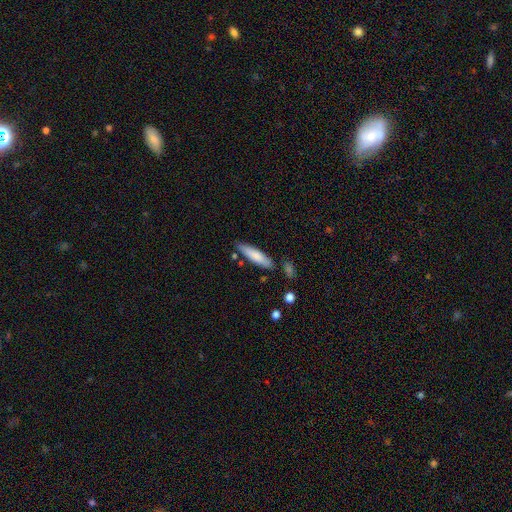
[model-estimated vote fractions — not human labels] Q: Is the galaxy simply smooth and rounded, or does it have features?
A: smooth — 78%.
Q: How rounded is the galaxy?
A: cigar-shaped — 71%.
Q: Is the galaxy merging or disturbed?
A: none — 76%.